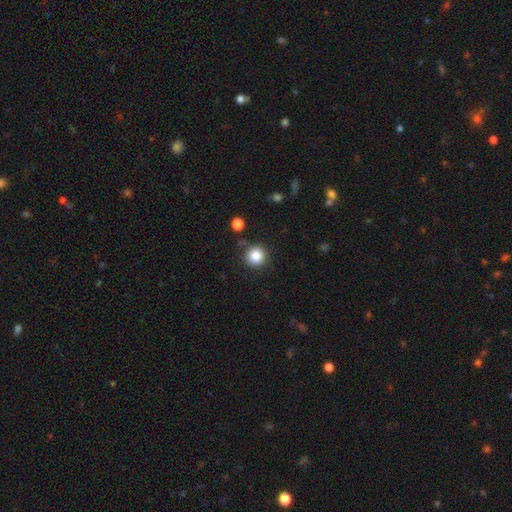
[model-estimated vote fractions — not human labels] Smooth or featured?
  - smooth: 85% *
  - star or artifact: 10%
  - featured or disk: 5%
How rounded?
  - round: 93% *
  - in between: 6%
  - cigar-shaped: 1%
Merging?
  - none: 84% *
  - minor disturbance: 9%
  - merger: 3%
  - major disturbance: 3%